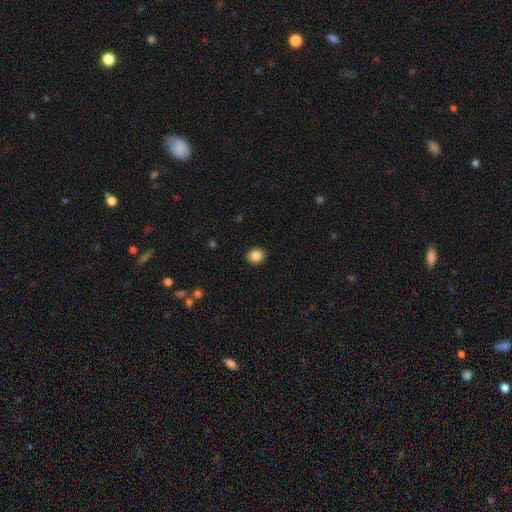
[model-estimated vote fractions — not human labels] The model was most divided on "how rounded": round: 67%, in between: 32%, cigar-shaped: 1%. More confident: merging — none (91%); smooth or featured — smooth (85%).